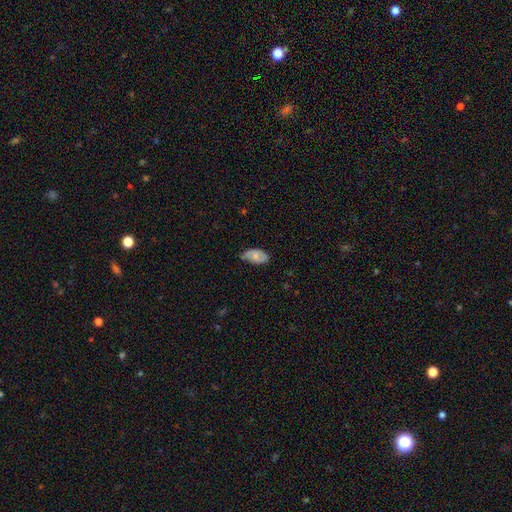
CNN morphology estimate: Smooth or featured? Predicted: smooth (p=0.70). How rounded? Predicted: in between (p=0.93). Merging? Predicted: none (p=0.53).